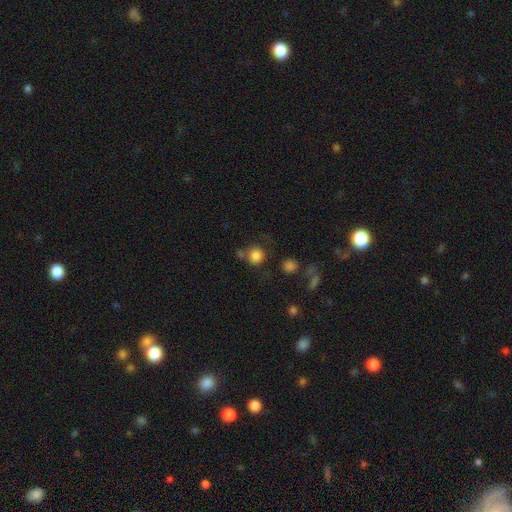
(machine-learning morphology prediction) Smooth or featured? smooth (83%)
How rounded? round (92%)
Merging? none (67%)